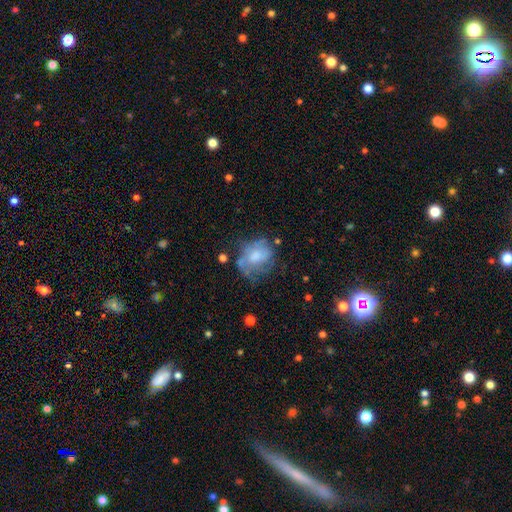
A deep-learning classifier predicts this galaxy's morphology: The model was most divided on "smooth or featured": smooth: 46%, featured or disk: 44%, star or artifact: 10%. Remaining: merging — none (41%).